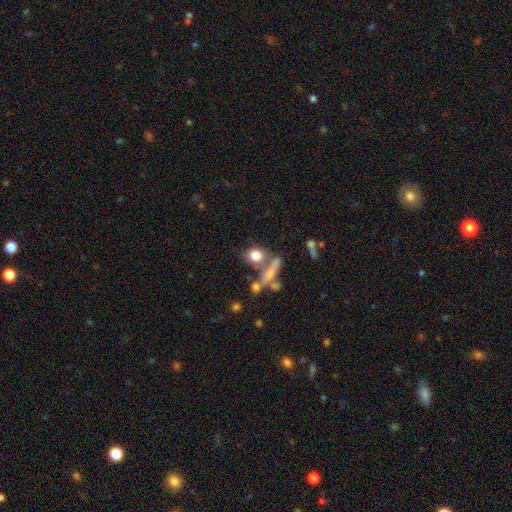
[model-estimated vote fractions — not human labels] A smooth galaxy with no disk features (74%) that is round (62%). Merging: none (53%).